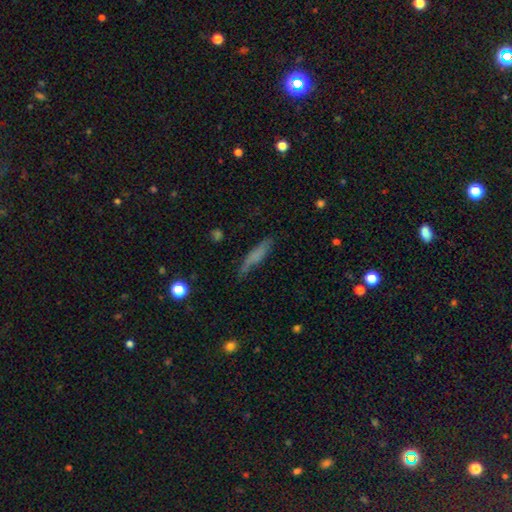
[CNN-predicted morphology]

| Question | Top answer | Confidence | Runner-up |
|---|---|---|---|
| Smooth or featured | smooth | 63% | featured or disk (28%) |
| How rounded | cigar-shaped | 83% | in between (15%) |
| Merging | none | 66% | minor disturbance (24%) |